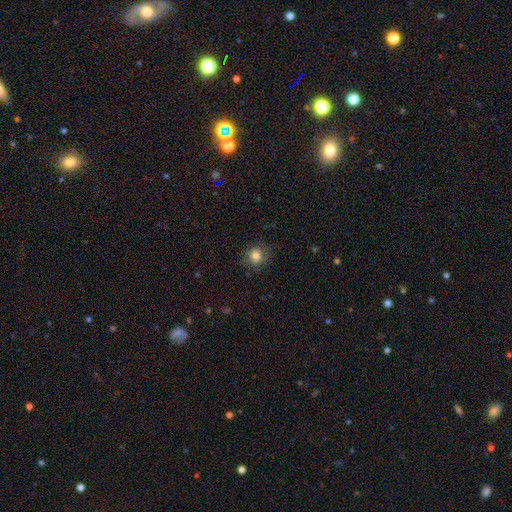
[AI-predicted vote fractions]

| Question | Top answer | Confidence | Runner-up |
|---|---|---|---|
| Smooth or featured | smooth | 82% | star or artifact (11%) |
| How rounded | round | 78% | in between (21%) |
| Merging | none | 79% | minor disturbance (15%) |